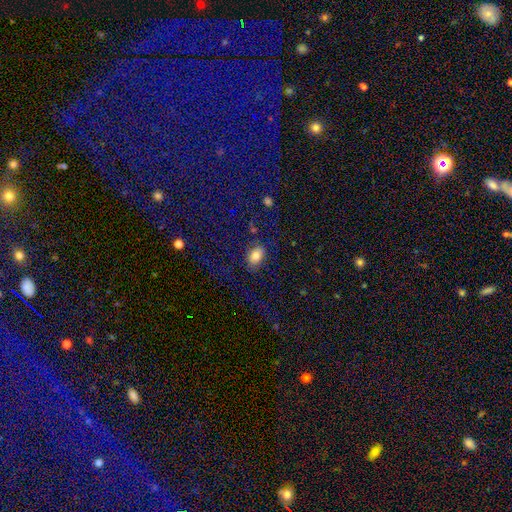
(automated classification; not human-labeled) smooth-or-featured: smooth: 79% | featured or disk: 11% | star or artifact: 11%
  how-rounded: in between: 86% | round: 13% | cigar-shaped: 1%
  merging: none: 80% | minor disturbance: 14% | major disturbance: 4% | merger: 2%